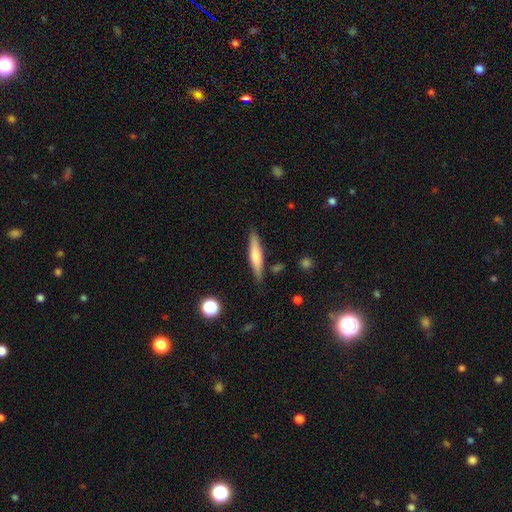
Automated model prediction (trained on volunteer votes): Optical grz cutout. It shows a smooth galaxy with no disk features (62%) that is cigar-shaped (85%). Merging: none (84%).